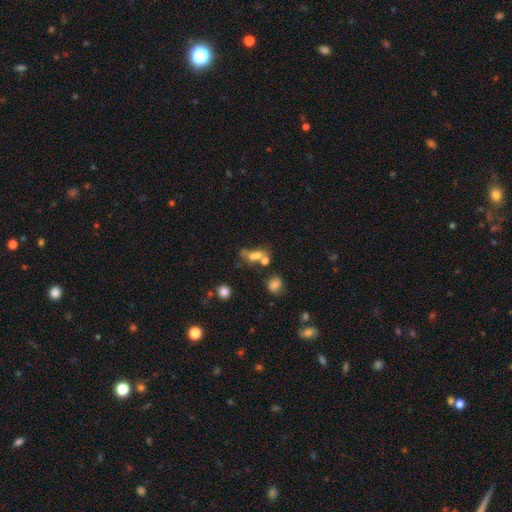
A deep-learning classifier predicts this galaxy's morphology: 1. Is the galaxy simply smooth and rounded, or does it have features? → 58% smooth, 24% featured or disk, 19% star or artifact.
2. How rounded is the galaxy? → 51% in between, 41% round, 8% cigar-shaped.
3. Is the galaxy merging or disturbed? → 51% merger, 26% none, 12% major disturbance, 11% minor disturbance.